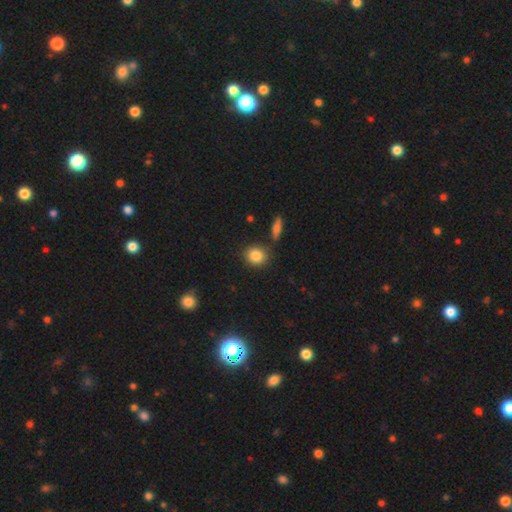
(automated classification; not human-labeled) A smooth galaxy with no disk features (85%) that is round (77%).

Vote fractions:
- Smooth or featured? smooth: 85% / star or artifact: 9% / featured or disk: 6%
- How rounded? round: 77% / in between: 21% / cigar-shaped: 2%
- Merging? none: 82% / minor disturbance: 10% / merger: 6% / major disturbance: 2%